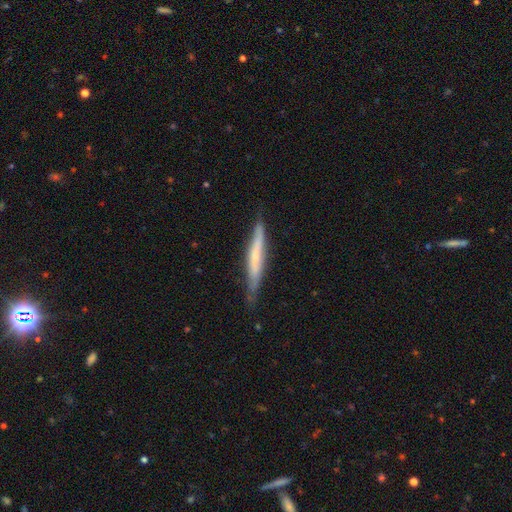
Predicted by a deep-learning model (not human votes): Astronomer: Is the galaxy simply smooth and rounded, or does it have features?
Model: featured or disk — 48% (runner-up: smooth, 46%).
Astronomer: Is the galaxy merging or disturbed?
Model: none — 74%.